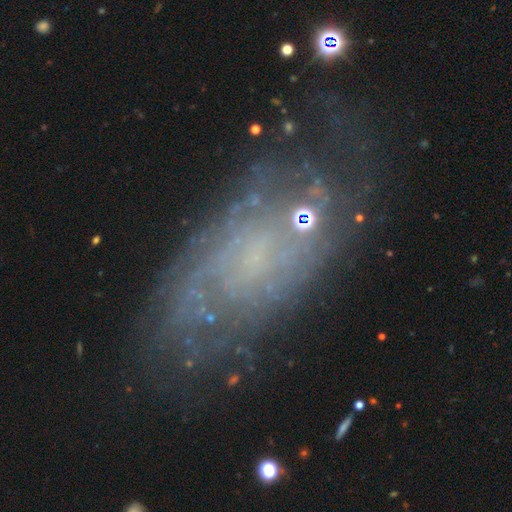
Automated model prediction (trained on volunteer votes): A featured or disk galaxy (72%) with no bar (72%), tight (53%) spiral arms (81%) and no central bulge (47%).

Vote fractions:
- Smooth or featured? featured or disk: 72% / smooth: 17% / star or artifact: 11%
- Edge-on disk? no: 93% / yes: 7%
- Bar? no: 72% / weak: 23% / strong: 5%
- Spiral arms? yes: 81% / no: 19%
- Spiral winding? tight: 53% / medium: 31% / loose: 15%
- Spiral arm count? can't tell: 54% / 2: 21% / 3: 8% / 4: 6% / 1: 6% / more than 4: 5%
- Bulge size? none: 47% / small: 38% / moderate: 11% / large: 2% / dominant: 1%
- Merging? none: 66% / minor disturbance: 19% / major disturbance: 12% / merger: 4%